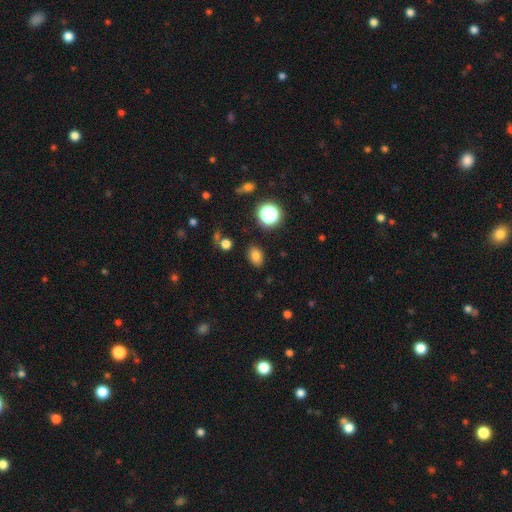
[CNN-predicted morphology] A smooth galaxy with no disk features (78%) that is in between round and cigar-shaped (77%).

Vote fractions:
- Smooth or featured? smooth: 78% / star or artifact: 15% / featured or disk: 7%
- How rounded? in between: 77% / round: 22% / cigar-shaped: 1%
- Merging? none: 85% / minor disturbance: 10% / major disturbance: 3% / merger: 2%